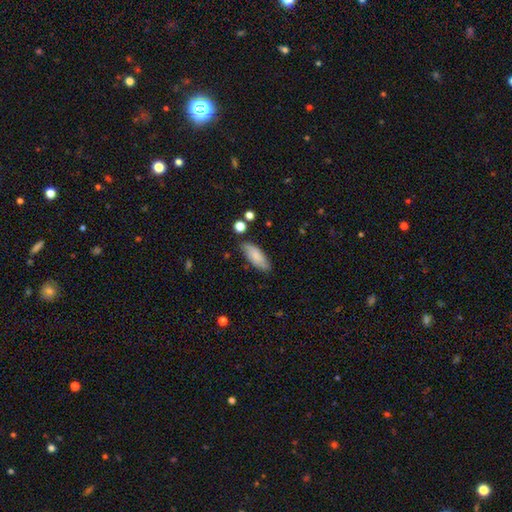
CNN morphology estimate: Smooth or featured? smooth (77%)
How rounded? in between (75%)
Merging? none (78%)